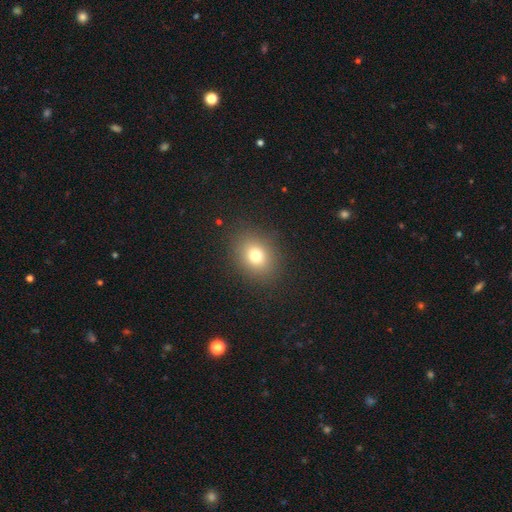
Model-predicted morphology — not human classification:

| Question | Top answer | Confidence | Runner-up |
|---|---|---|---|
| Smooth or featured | smooth | 76% | star or artifact (14%) |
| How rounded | round | 56% | in between (43%) |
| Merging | none | 87% | minor disturbance (8%) |